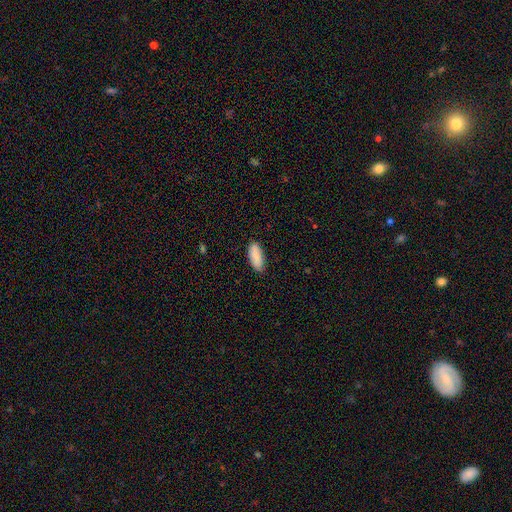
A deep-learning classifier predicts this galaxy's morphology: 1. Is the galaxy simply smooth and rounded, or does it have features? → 88% smooth, 6% star or artifact, 6% featured or disk.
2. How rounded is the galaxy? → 82% in between, 17% cigar-shaped, 2% round.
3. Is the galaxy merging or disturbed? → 85% none, 12% minor disturbance, 2% major disturbance, 1% merger.